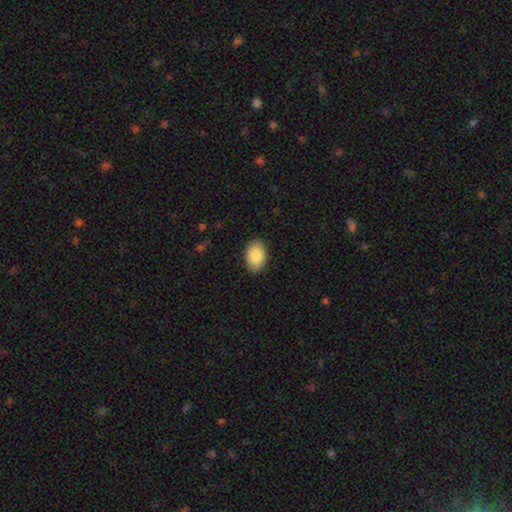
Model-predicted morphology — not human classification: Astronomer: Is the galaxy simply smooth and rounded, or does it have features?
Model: smooth — 86%.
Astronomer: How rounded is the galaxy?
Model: in between — 89%.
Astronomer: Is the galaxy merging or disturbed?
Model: none — 88%.